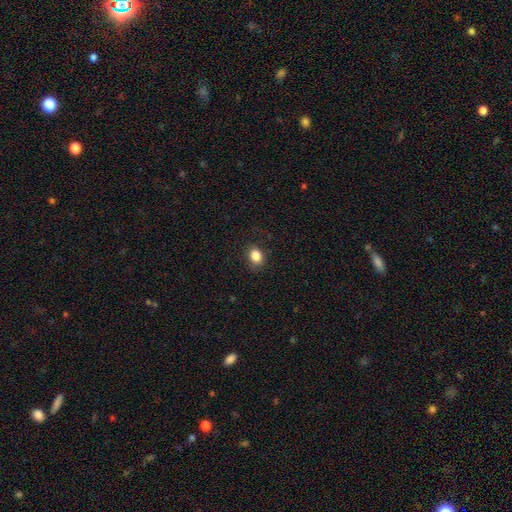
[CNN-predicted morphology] This appears to be a smooth galaxy with no disk features (85%) that is in between round and cigar-shaped (56%). Merging: none (83%).